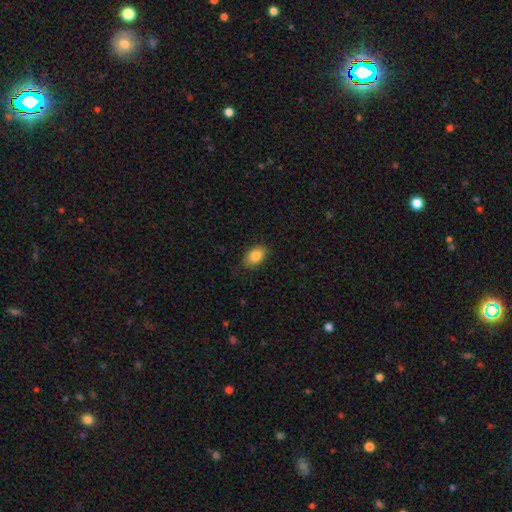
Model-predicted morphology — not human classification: The model was most divided on "merging": none: 82%, minor disturbance: 14%, major disturbance: 3%, merger: 1%. More confident: how rounded — in between (88%); smooth or featured — smooth (86%).